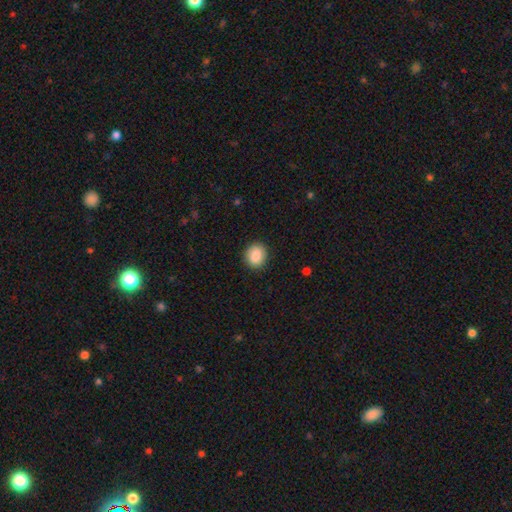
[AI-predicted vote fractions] This appears to be a smooth galaxy with no disk features (88%) that is round (76%). Merging: none (89%).